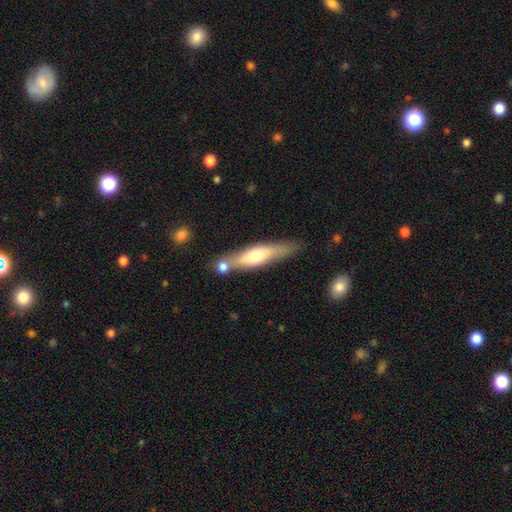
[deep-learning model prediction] This appears to be a smooth galaxy with no disk features (49%). Merging: none (69%).